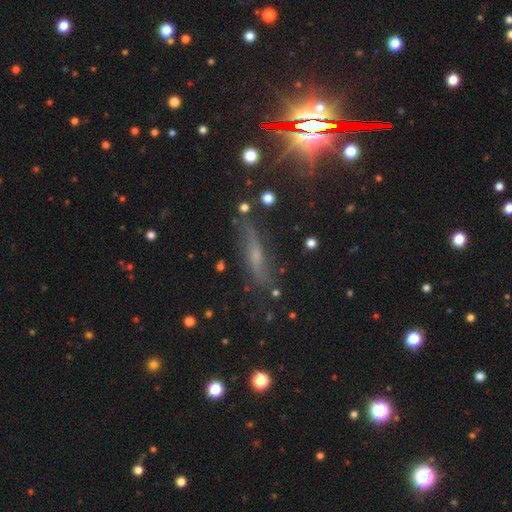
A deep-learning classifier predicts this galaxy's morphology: This is marginally a featured or disk galaxy (44%). Merging: likely none (72%).